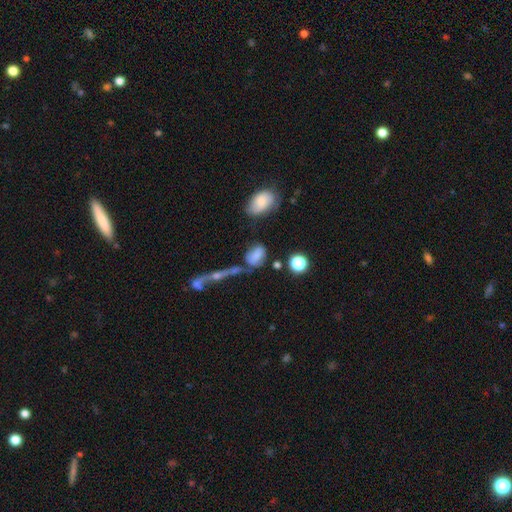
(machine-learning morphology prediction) This appears to be a smooth galaxy with no disk features (68%) that is in between round and cigar-shaped (78%). Merging: none (47%).